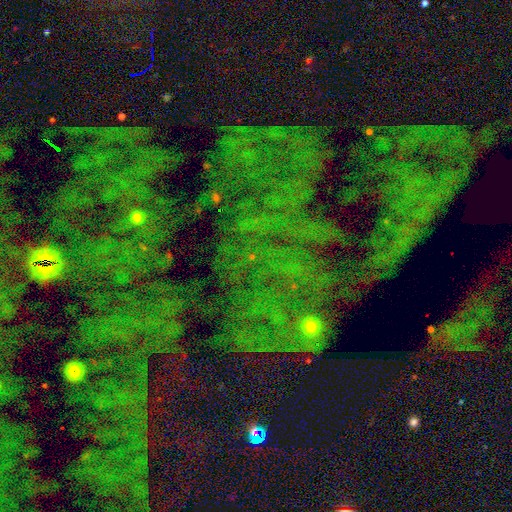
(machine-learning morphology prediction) Smooth or featured? Predicted: star or artifact (p=0.81).